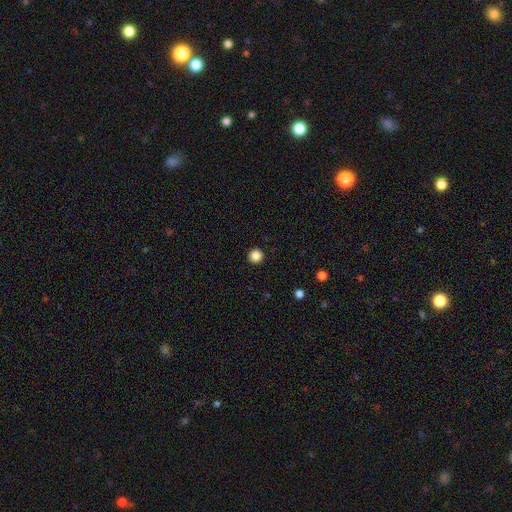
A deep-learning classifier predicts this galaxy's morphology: type=smooth (86%); roundness=round (97%); merging=none (94%).